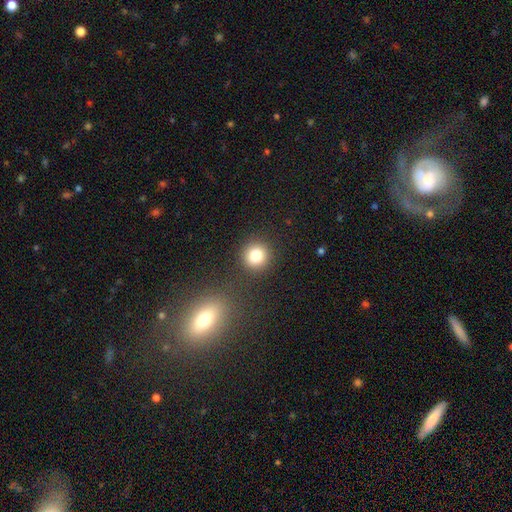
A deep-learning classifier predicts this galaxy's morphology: A smooth galaxy with no disk features (80%) that is round (92%). Merging: none (87%).